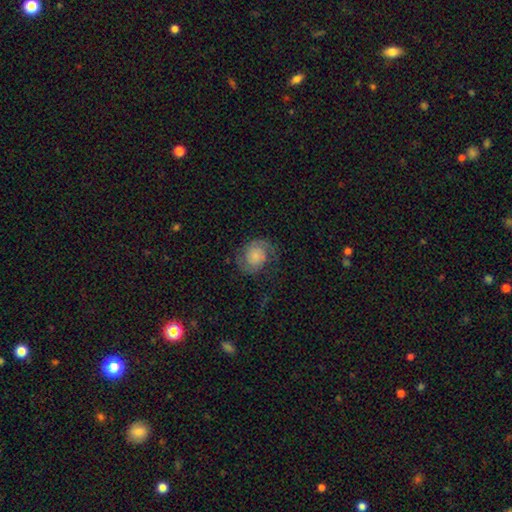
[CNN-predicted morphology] A featured or disk galaxy (71%) with no bar (72%), 2 (84%) medium (44%) spiral arms (94%) and a small central bulge (40%).

Vote fractions:
- Smooth or featured? featured or disk: 71% / smooth: 21% / star or artifact: 8%
- Edge-on disk? no: 98% / yes: 2%
- Bar? no: 72% / weak: 24% / strong: 4%
- Spiral arms? yes: 94% / no: 6%
- Spiral winding? medium: 44% / tight: 35% / loose: 21%
- Spiral arm count? 2: 84% / can't tell: 7% / 1: 4% / 3: 2% / 4: 1% / more than 4: 1%
- Bulge size? small: 40% / moderate: 24% / none: 20% / large: 11% / dominant: 4%
- Merging? none: 67% / minor disturbance: 17% / major disturbance: 15% / merger: 1%